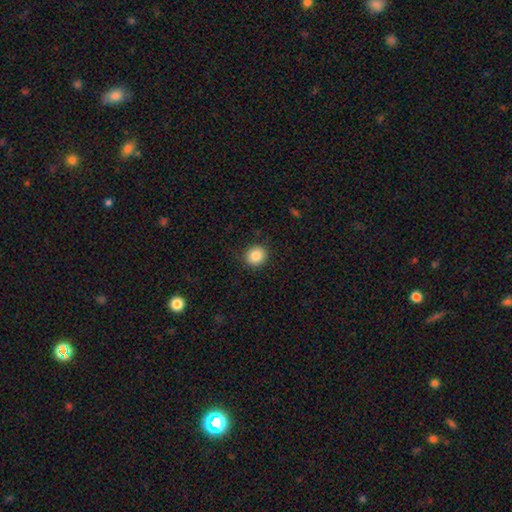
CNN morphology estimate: This appears to be a smooth galaxy with no disk features (86%) that is round (87%). Merging: none (90%).